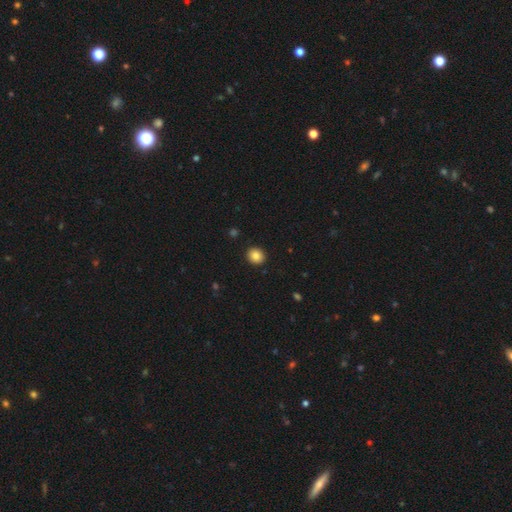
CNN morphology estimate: A smooth galaxy with no disk features (85%) that is round (81%).

Vote fractions:
- Smooth or featured? smooth: 85% / star or artifact: 10% / featured or disk: 6%
- How rounded? round: 81% / in between: 18% / cigar-shaped: 1%
- Merging? none: 92% / minor disturbance: 5% / major disturbance: 2% / merger: 1%